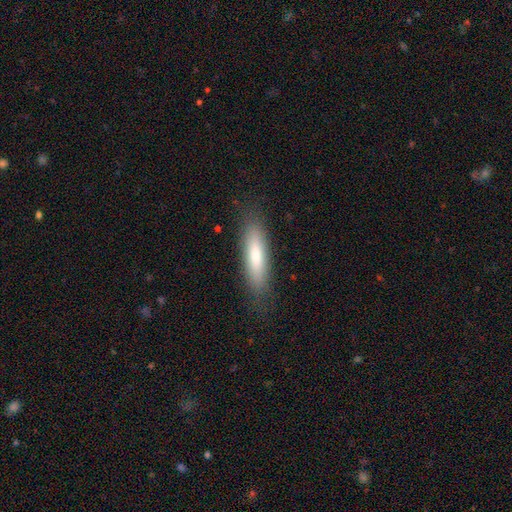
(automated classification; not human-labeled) Q: Smooth or featured?
A: smooth (73%); runner-up: featured or disk (21%)
Q: How rounded?
A: cigar-shaped (67%); runner-up: in between (31%)
Q: Merging?
A: none (84%); runner-up: minor disturbance (12%)